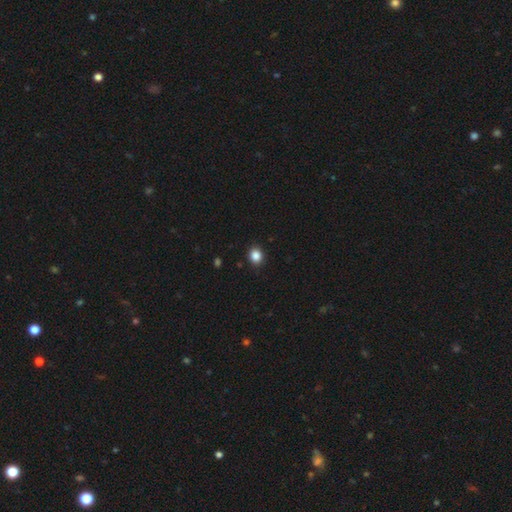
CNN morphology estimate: Smooth or featured: smooth — 86% (star or artifact — 11%)
How rounded: round — 72% (in between — 28%)
Merging: none — 90% (minor disturbance — 7%)